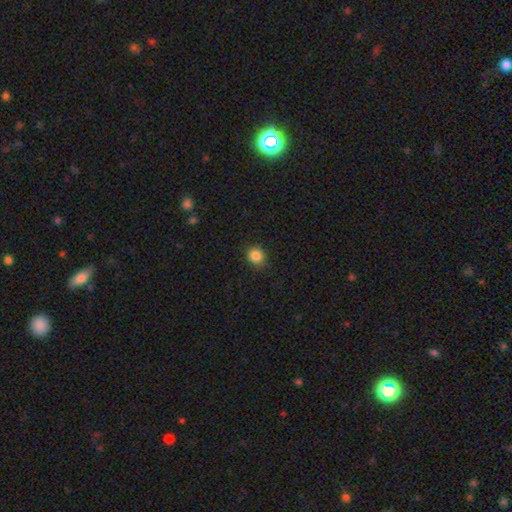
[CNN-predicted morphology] Smooth or featured: smooth — 85% (star or artifact — 11%)
How rounded: round — 80% (in between — 19%)
Merging: none — 83% (minor disturbance — 13%)